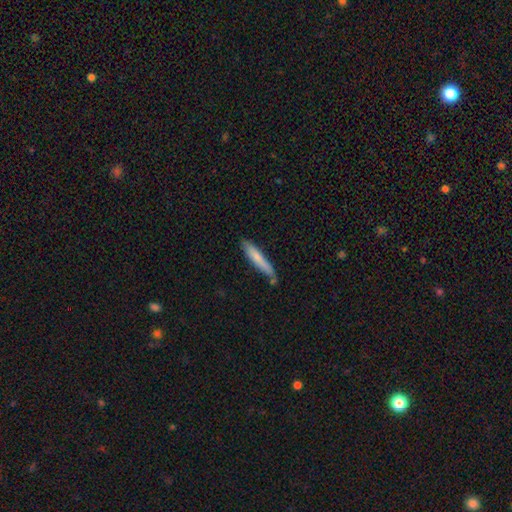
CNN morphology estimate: Smooth or featured?
  - smooth: 72% *
  - featured or disk: 23%
  - star or artifact: 6%
How rounded?
  - cigar-shaped: 91% *
  - in between: 7%
  - round: 1%
Merging?
  - none: 71% *
  - minor disturbance: 20%
  - merger: 5%
  - major disturbance: 3%